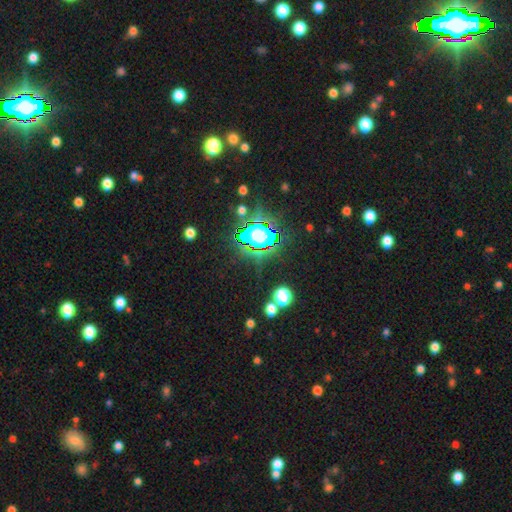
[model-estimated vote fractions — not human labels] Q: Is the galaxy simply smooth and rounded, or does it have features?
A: star or artifact — 74%.